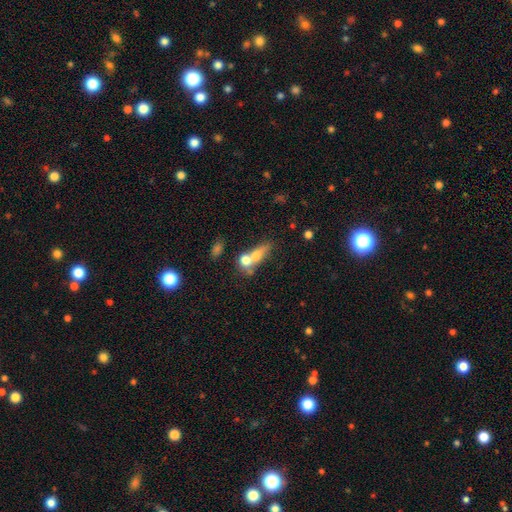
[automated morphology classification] This is likely a smooth galaxy (64%). How rounded: possibly in between (47%). Merging: likely merger (60%).